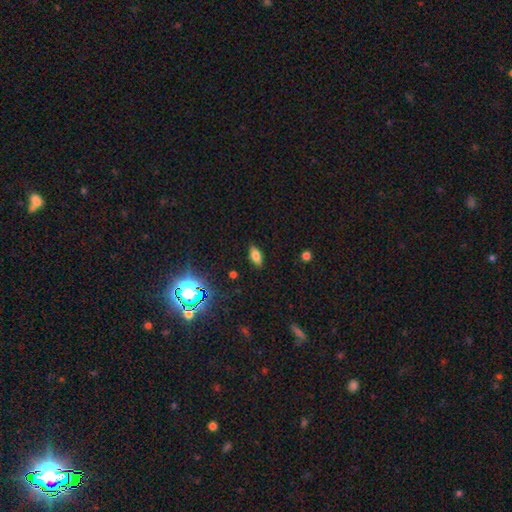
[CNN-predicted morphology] type=smooth (70%); roundness=in between (83%); merging=none (86%).